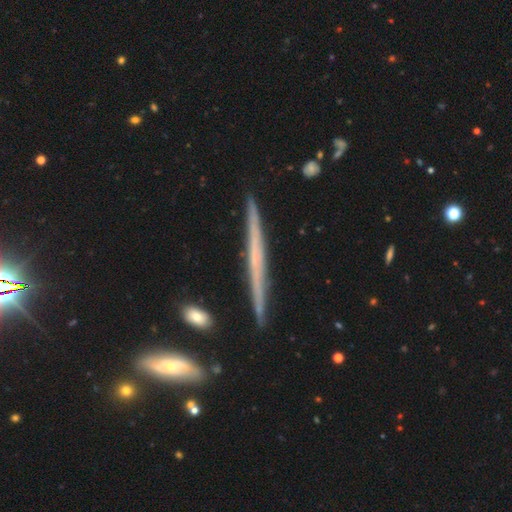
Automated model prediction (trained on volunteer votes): Overall: featured or disk (65%; smooth 28%). Edge-on disk: yes (97%). Edge-on bulge: none (82%). Merging: none (89%).